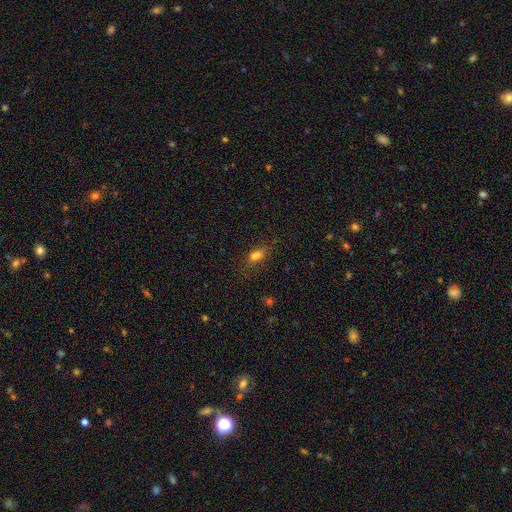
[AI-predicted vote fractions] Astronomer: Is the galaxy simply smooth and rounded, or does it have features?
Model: smooth — 70%.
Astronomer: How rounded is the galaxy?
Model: in between — 73%.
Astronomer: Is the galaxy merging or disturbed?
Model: none — 54%.